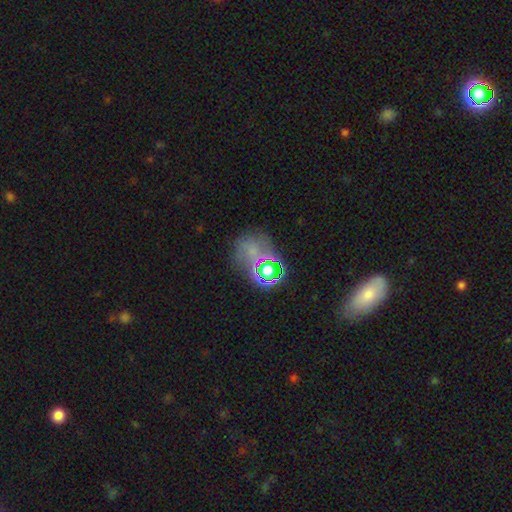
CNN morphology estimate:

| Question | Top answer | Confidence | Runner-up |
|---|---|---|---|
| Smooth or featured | star or artifact | 48% | smooth (33%) |